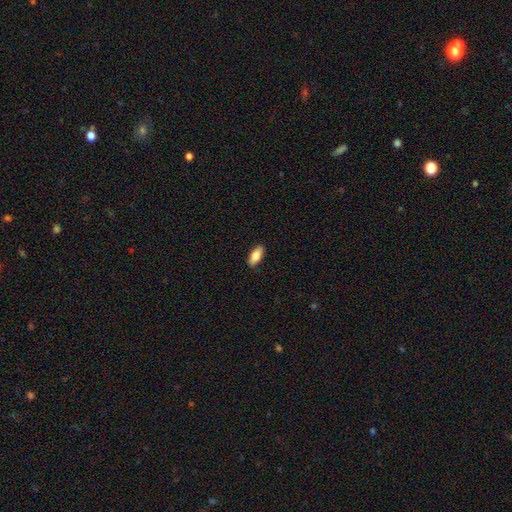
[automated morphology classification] The model was most divided on "how rounded": in between: 85%, cigar-shaped: 12%, round: 2%. More confident: merging — none (89%); smooth or featured — smooth (84%).